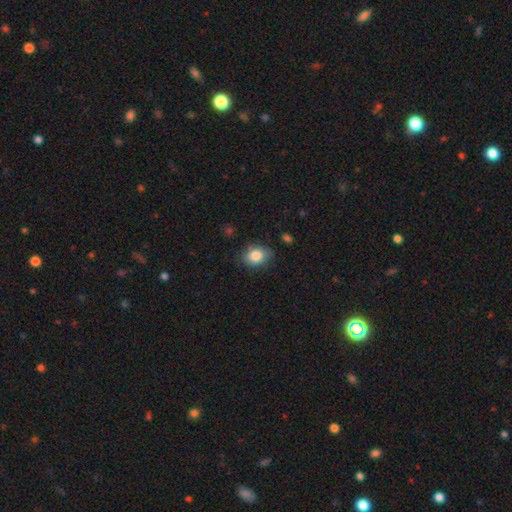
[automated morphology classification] Smooth or featured? Predicted: smooth (p=0.85). How rounded? Predicted: in between (p=0.54). Merging? Predicted: none (p=0.77).